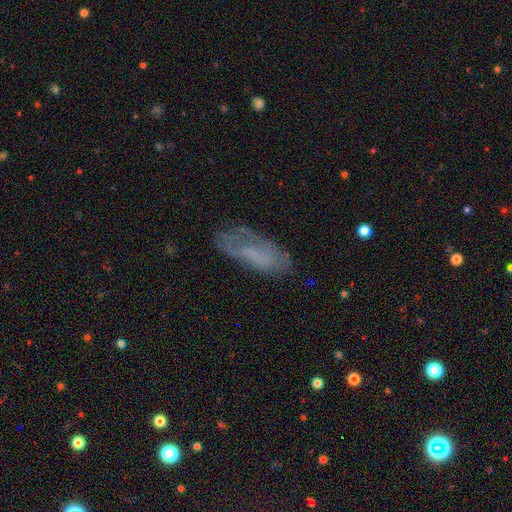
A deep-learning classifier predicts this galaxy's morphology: smooth 47%, featured or disk 41%, star or artifact 12%. Down the decision tree: merging — none (60%).